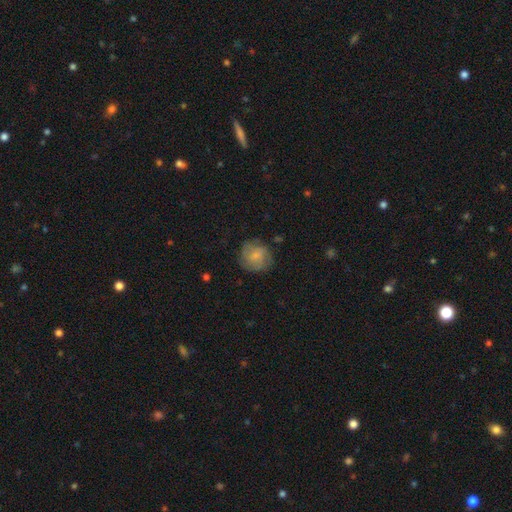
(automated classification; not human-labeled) Q: Smooth or featured?
A: smooth (64%); runner-up: featured or disk (28%)
Q: How rounded?
A: round (84%); runner-up: in between (15%)
Q: Merging?
A: none (70%); runner-up: minor disturbance (20%)